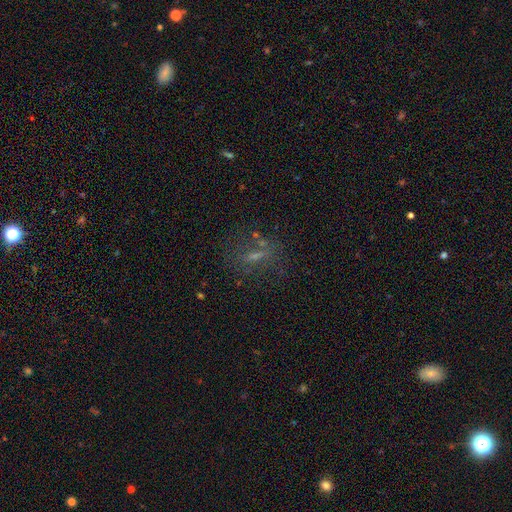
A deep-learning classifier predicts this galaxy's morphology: type=smooth (38%); merging=none (66%).